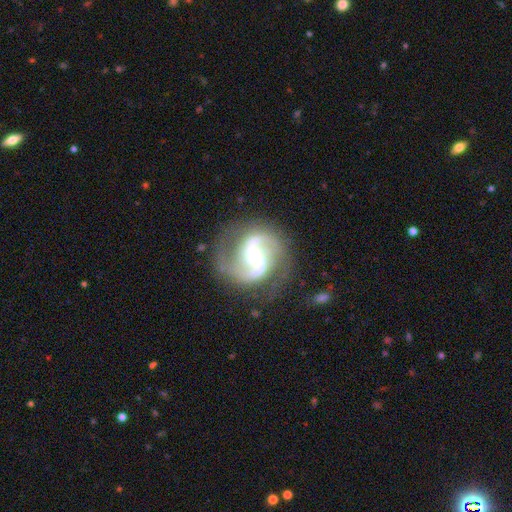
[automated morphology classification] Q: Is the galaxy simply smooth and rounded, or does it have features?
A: featured or disk — 89%.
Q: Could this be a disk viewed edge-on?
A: no — 98%.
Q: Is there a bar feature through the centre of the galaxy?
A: weak — 43%.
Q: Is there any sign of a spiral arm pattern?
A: yes — 97%.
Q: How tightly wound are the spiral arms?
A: medium — 54%.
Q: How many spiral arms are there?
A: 2 — 91%.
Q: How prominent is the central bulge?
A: moderate — 52%.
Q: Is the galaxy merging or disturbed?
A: none — 80%.